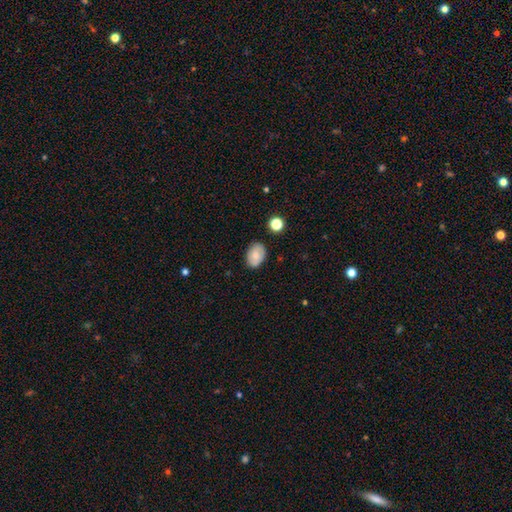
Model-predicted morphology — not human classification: A smooth galaxy with no disk features (72%) that is in between round and cigar-shaped (82%). Merging: none (82%).